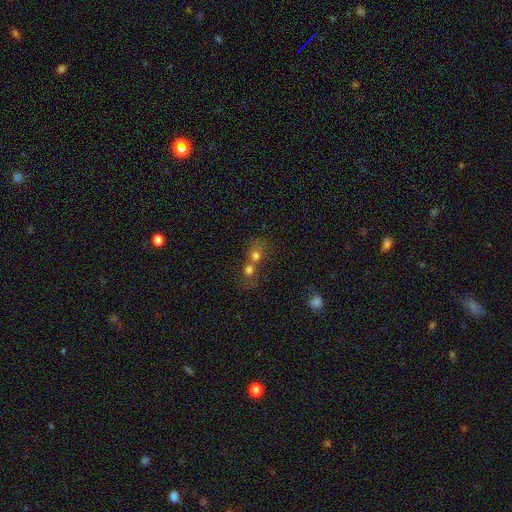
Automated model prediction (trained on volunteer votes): A smooth galaxy with no disk features (69%) that is round (74%).

Vote fractions:
- Smooth or featured? smooth: 69% / featured or disk: 16% / star or artifact: 15%
- How rounded? round: 74% / in between: 25% / cigar-shaped: 2%
- Merging? merger: 69% / none: 22% / minor disturbance: 5% / major disturbance: 4%